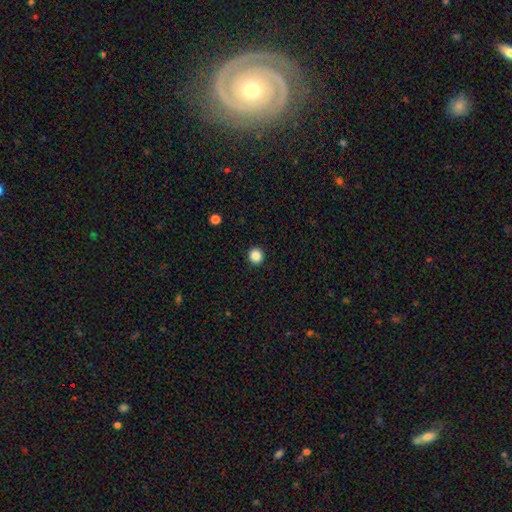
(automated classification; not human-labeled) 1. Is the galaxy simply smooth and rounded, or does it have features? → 87% smooth, 10% star or artifact, 3% featured or disk.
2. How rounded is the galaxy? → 91% round, 9% in between, 1% cigar-shaped.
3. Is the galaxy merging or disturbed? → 92% none, 5% minor disturbance, 2% major disturbance, 1% merger.